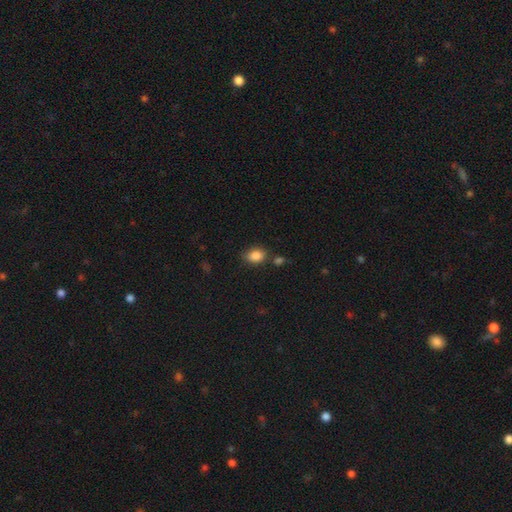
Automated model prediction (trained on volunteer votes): Q: Smooth or featured?
A: smooth (86%); runner-up: star or artifact (9%)
Q: How rounded?
A: in between (71%); runner-up: round (27%)
Q: Merging?
A: none (72%); runner-up: minor disturbance (16%)